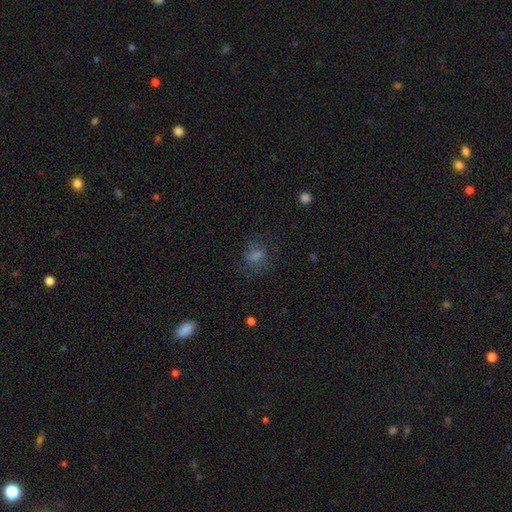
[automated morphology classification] Q: Smooth or featured?
A: smooth (50%); runner-up: featured or disk (26%)
Q: How rounded?
A: in between (54%); runner-up: round (43%)
Q: Merging?
A: none (66%); runner-up: minor disturbance (18%)